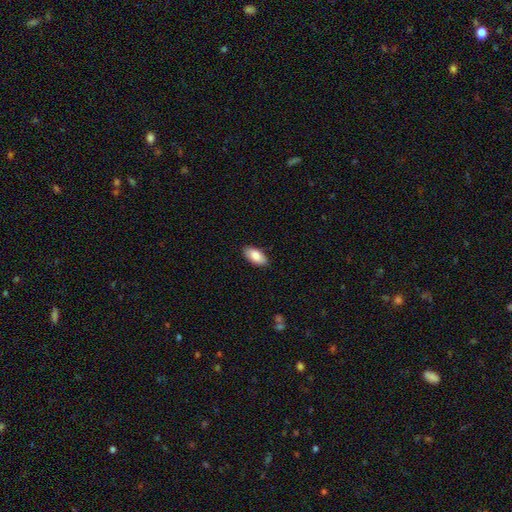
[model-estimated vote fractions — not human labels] Q: Smooth or featured?
A: smooth (86%); runner-up: featured or disk (8%)
Q: How rounded?
A: in between (94%); runner-up: cigar-shaped (4%)
Q: Merging?
A: none (88%); runner-up: minor disturbance (9%)